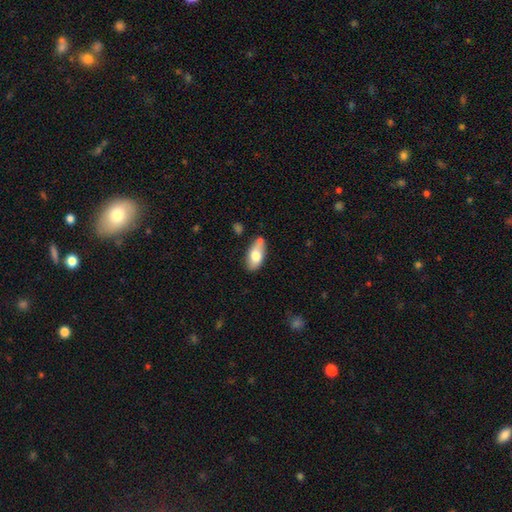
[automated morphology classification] The model was most divided on "merging": none: 68%, minor disturbance: 21%, merger: 7%, major disturbance: 4%. More confident: how rounded — in between (91%); smooth or featured — smooth (72%).